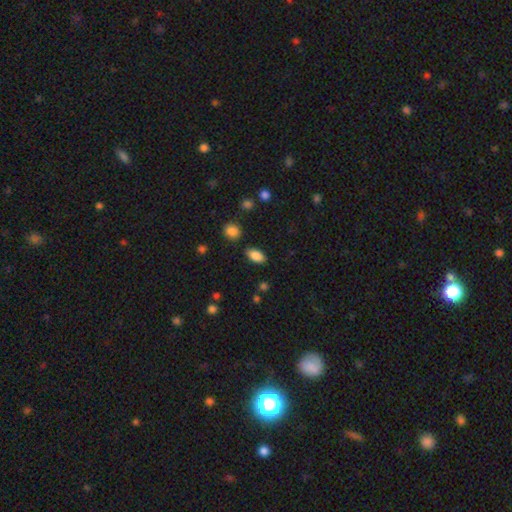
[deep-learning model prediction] smooth_or_featured: smooth (p=0.85) [alt: star or artifact p=0.08]
how_rounded: in between (p=0.91) [alt: round p=0.05]
merging: none (p=0.83) [alt: minor disturbance p=0.12]